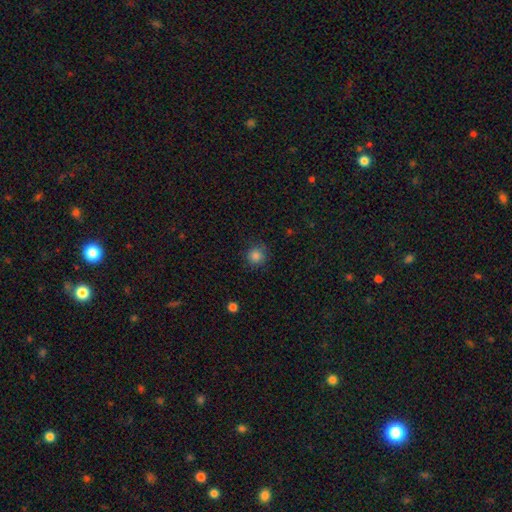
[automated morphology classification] type=smooth (84%); roundness=round (93%); merging=none (85%).